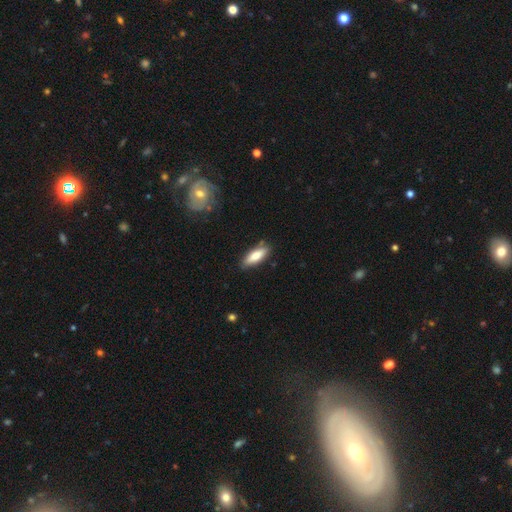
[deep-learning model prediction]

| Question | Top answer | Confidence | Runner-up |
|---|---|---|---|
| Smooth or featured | smooth | 80% | featured or disk (14%) |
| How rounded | in between | 60% | cigar-shaped (38%) |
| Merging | none | 81% | minor disturbance (14%) |